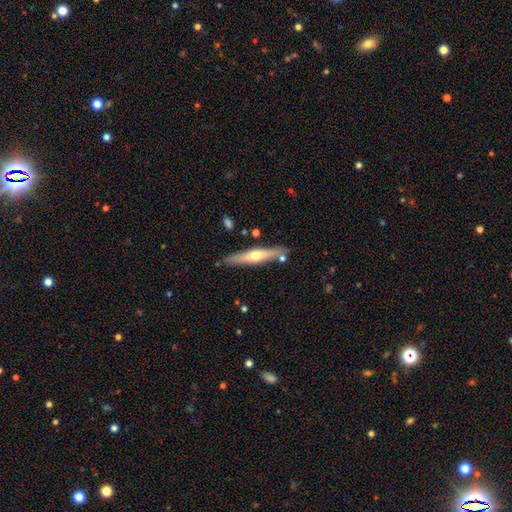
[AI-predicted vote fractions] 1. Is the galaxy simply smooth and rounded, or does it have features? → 55% featured or disk, 39% smooth, 5% star or artifact.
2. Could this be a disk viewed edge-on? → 92% yes, 8% no.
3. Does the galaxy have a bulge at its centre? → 88% rounded, 9% none, 3% boxy.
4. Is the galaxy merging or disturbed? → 82% none, 11% minor disturbance, 5% merger, 2% major disturbance.